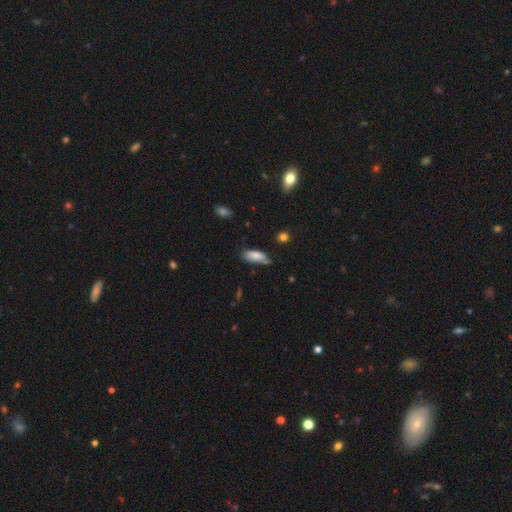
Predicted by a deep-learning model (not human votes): smooth_or_featured: smooth (p=0.79) [alt: featured or disk p=0.14]
how_rounded: in between (p=0.80) [alt: cigar-shaped p=0.18]
merging: none (p=0.56) [alt: minor disturbance p=0.34]